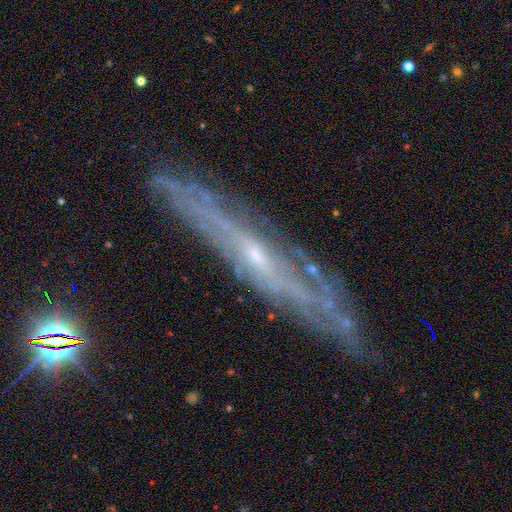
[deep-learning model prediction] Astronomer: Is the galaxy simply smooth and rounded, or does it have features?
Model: featured or disk — 63%.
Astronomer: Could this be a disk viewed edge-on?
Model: yes — 76%.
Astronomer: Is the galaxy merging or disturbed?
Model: none — 83%.